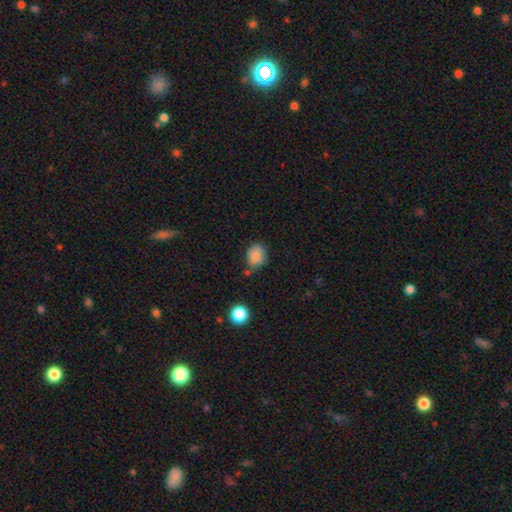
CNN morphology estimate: This is clearly a smooth galaxy (82%). How rounded: likely round (65%). Merging: likely none (65%).